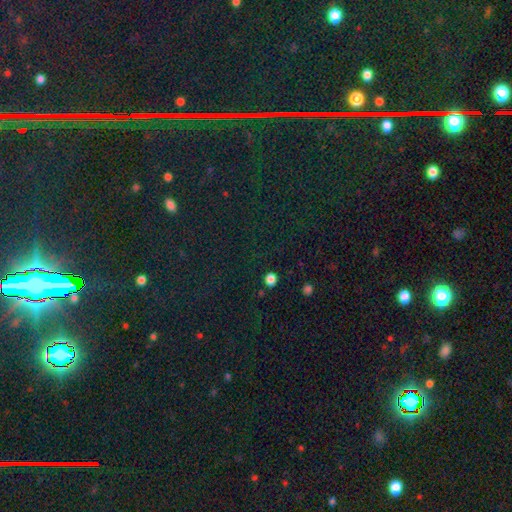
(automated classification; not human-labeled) The model was most divided on "smooth or featured": star or artifact: 83%, smooth: 10%, featured or disk: 7%.